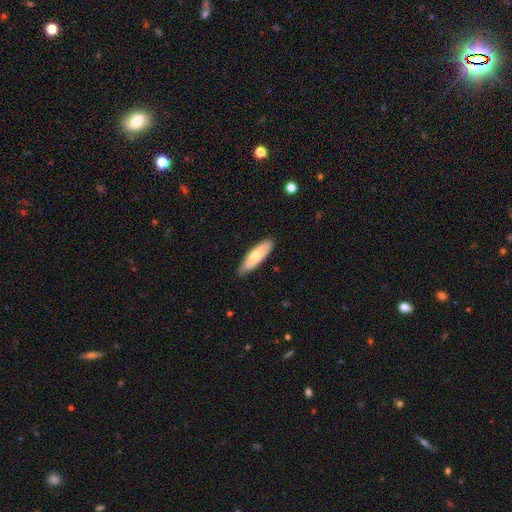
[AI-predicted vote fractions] Smooth or featured: smooth — 68% (featured or disk — 27%)
How rounded: cigar-shaped — 57% (in between — 41%)
Merging: none — 83% (minor disturbance — 13%)